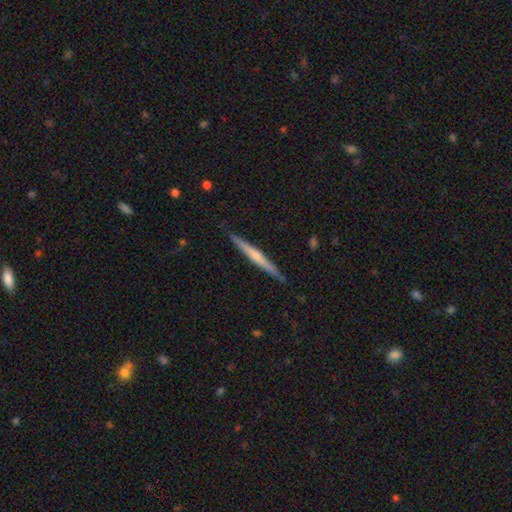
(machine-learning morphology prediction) The model was most divided on "edge-on bulge": rounded: 47%, none: 45%, boxy: 9%. More confident: edge-on disk — yes (98%); merging — none (90%); smooth or featured — featured or disk (58%).